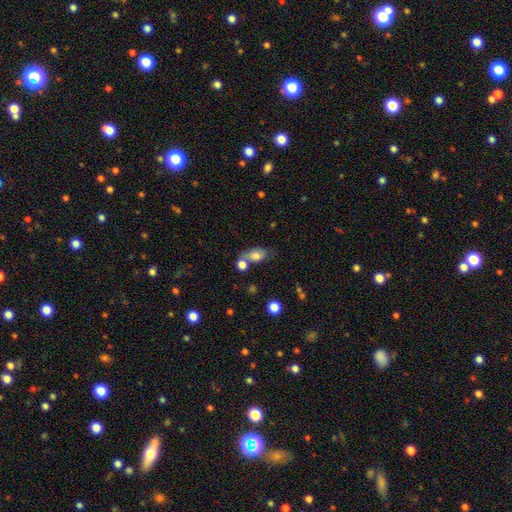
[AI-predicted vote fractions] A smooth galaxy with no disk features (73%) that is in between round and cigar-shaped (84%). Merging: none (44%).